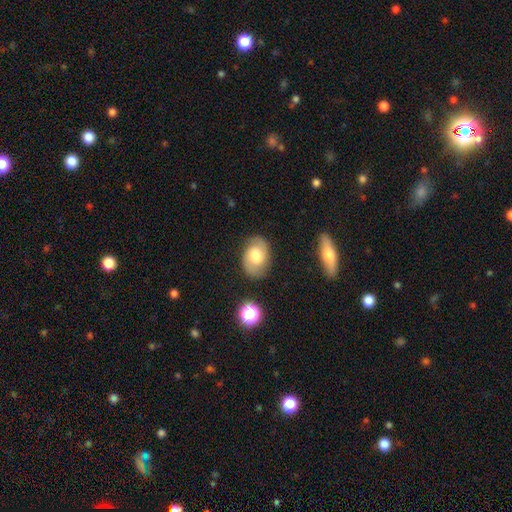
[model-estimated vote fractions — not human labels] A smooth galaxy with no disk features (54%) that is in between round and cigar-shaped (76%). Merging: none (79%).